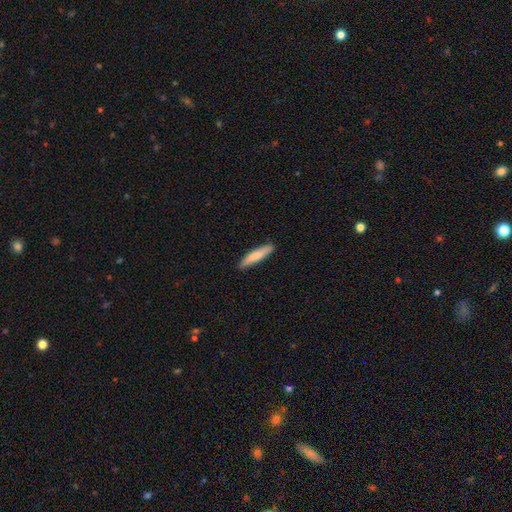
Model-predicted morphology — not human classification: A smooth galaxy with no disk features (79%) that is cigar-shaped (86%). Merging: none (88%).